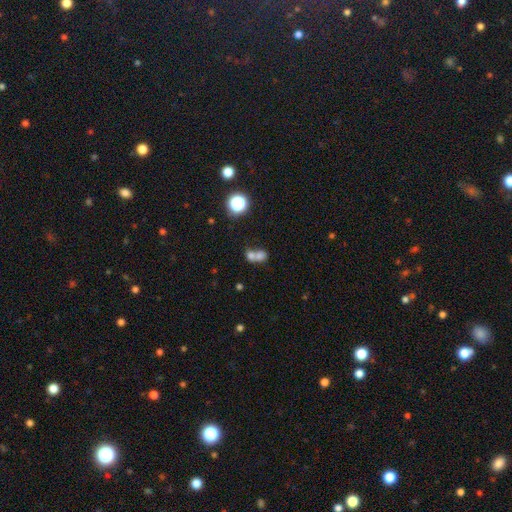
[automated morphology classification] smooth 69%, featured or disk 16%, star or artifact 15%. Down the decision tree: how rounded — round (53%); merging — merger (69%).